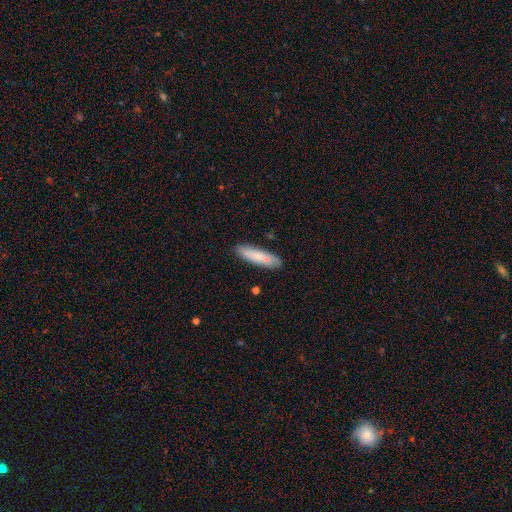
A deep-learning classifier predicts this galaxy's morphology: This is likely a smooth galaxy (76%). How rounded: likely cigar-shaped (72%). Merging: clearly none (82%).